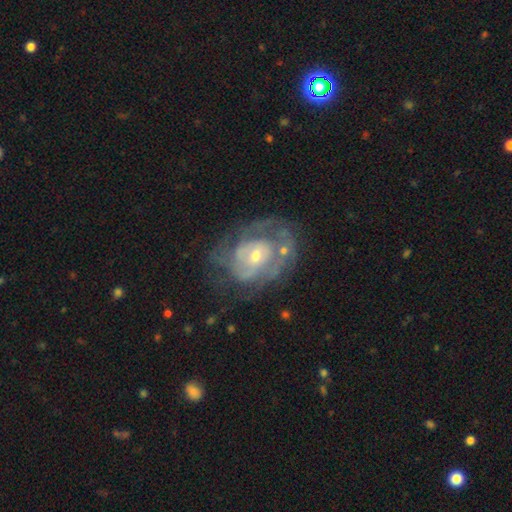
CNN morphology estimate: smooth-or-featured: featured or disk: 79% | smooth: 15% | star or artifact: 7%
  disk-edge-on: no: 97% | yes: 3%
    bar: no: 68% | weak: 27% | strong: 5%
    has-spiral-arms: yes: 73% | no: 27%
      spiral-winding: tight: 58% | medium: 30% | loose: 12%
      spiral-arm-count: can't tell: 46% | 2: 27% | 3: 11% | 1: 8% | 4: 4% | more than 4: 3%
    bulge-size: small: 50% | moderate: 45% | large: 3% | none: 1% | dominant: 1%
  merging: none: 50% | minor disturbance: 23% | major disturbance: 22% | merger: 5%